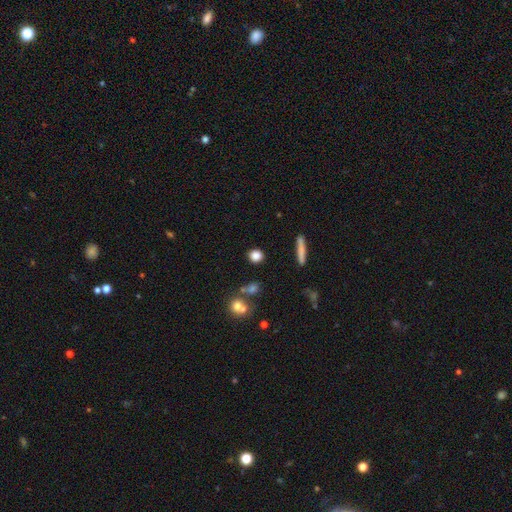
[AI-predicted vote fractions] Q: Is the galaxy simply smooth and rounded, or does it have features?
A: smooth — 82%.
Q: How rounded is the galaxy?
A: round — 75%.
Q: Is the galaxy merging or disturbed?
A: none — 83%.